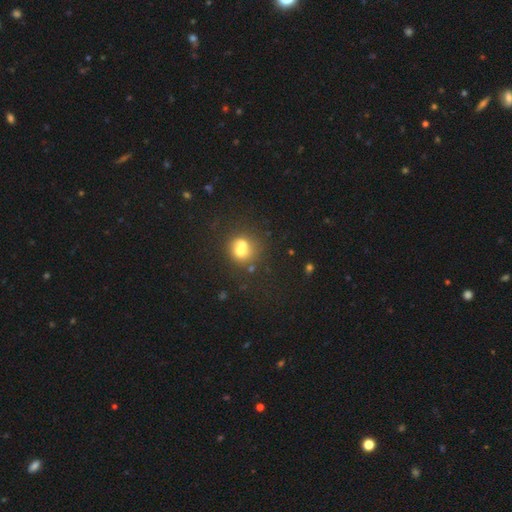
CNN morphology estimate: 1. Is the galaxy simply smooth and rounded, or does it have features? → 59% smooth, 34% star or artifact, 8% featured or disk.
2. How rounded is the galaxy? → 84% round, 14% in between, 1% cigar-shaped.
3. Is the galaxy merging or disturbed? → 85% none, 9% minor disturbance, 4% major disturbance, 2% merger.